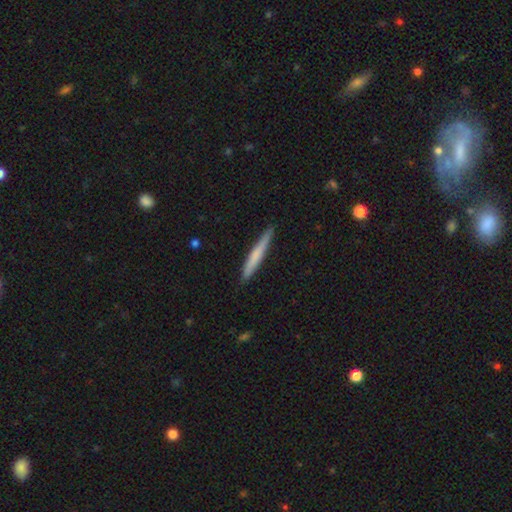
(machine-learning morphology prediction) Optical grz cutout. It shows a smooth galaxy with no disk features (65%) that is cigar-shaped (96%). Merging: none (88%).